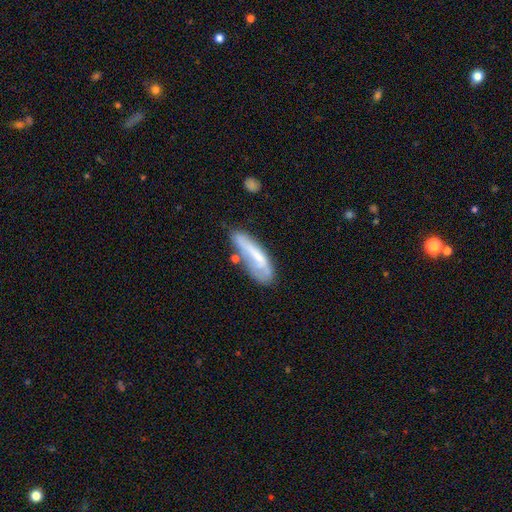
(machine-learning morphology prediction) A smooth galaxy with no disk features (53%) that is cigar-shaped (58%).

Vote fractions:
- Smooth or featured? smooth: 53% / featured or disk: 40% / star or artifact: 8%
- How rounded? cigar-shaped: 58% / in between: 40% / round: 2%
- Merging? none: 44% / minor disturbance: 29% / major disturbance: 17% / merger: 11%